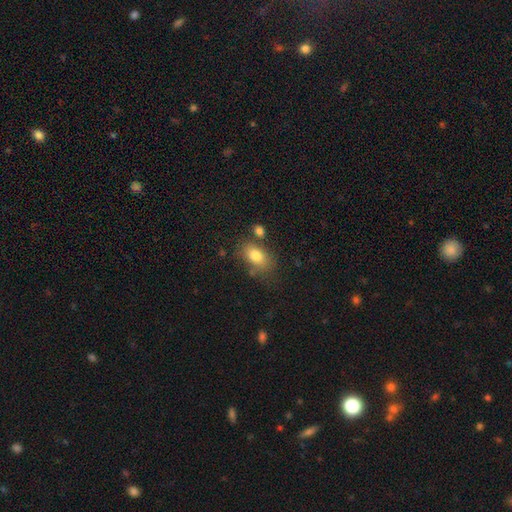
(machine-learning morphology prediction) smooth-or-featured: smooth: 80% | featured or disk: 11% | star or artifact: 9%
  how-rounded: in between: 84% | round: 14% | cigar-shaped: 2%
  merging: none: 65% | minor disturbance: 17% | merger: 12% | major disturbance: 6%